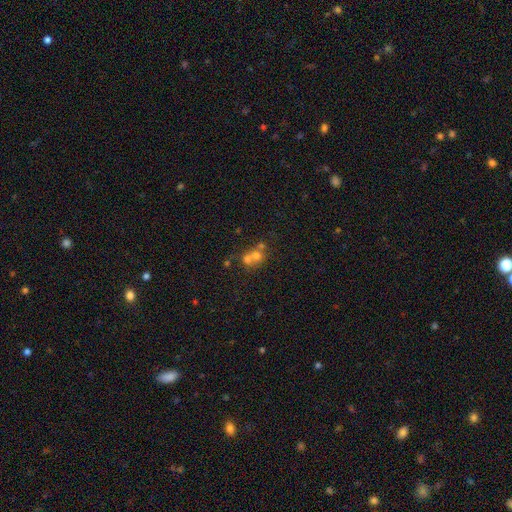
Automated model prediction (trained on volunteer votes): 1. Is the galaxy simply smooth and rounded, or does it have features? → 60% smooth, 24% featured or disk, 16% star or artifact.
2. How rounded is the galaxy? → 78% round, 21% in between, 1% cigar-shaped.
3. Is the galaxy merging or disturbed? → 62% merger, 30% none, 6% minor disturbance, 3% major disturbance.